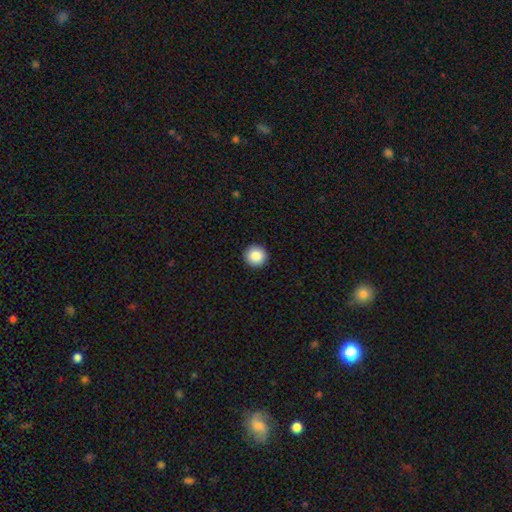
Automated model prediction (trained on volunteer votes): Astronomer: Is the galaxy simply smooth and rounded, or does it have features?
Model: smooth — 88%.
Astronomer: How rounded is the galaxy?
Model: round — 95%.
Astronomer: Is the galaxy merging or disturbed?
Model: none — 93%.